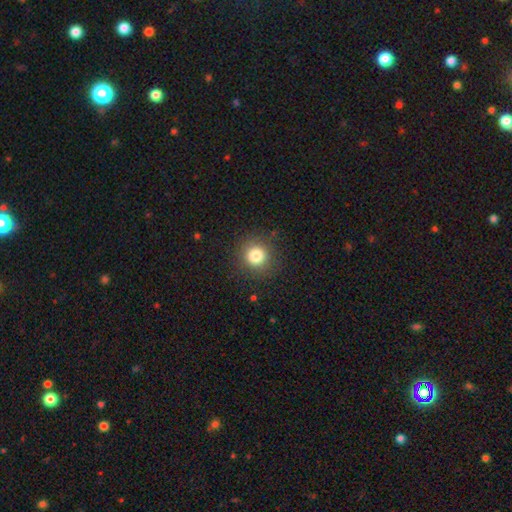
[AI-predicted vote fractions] Morphology: type=smooth (81%); roundness=round (93%); merging=none (88%).